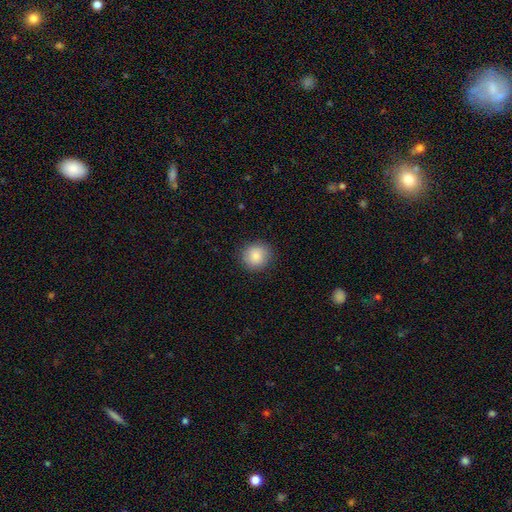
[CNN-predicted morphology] The model was most divided on "smooth or featured": smooth: 86%, star or artifact: 8%, featured or disk: 6%. More confident: how rounded — round (90%); merging — none (89%).